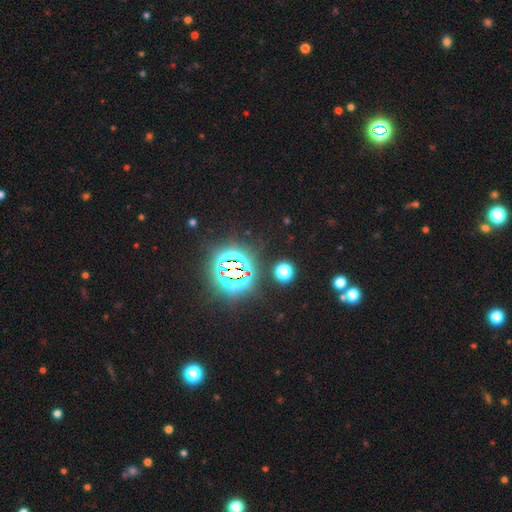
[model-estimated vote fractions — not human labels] The model was most divided on "smooth or featured": star or artifact: 84%, smooth: 10%, featured or disk: 6%.